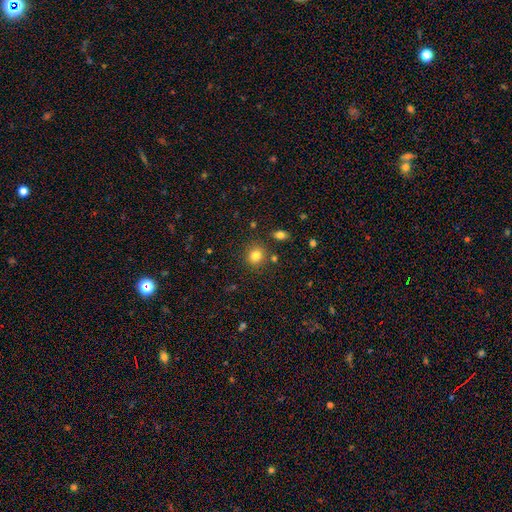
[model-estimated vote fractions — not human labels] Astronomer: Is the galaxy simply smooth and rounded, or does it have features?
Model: smooth — 82%.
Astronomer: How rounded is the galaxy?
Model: round — 80%.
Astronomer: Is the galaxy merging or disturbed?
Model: none — 82%.